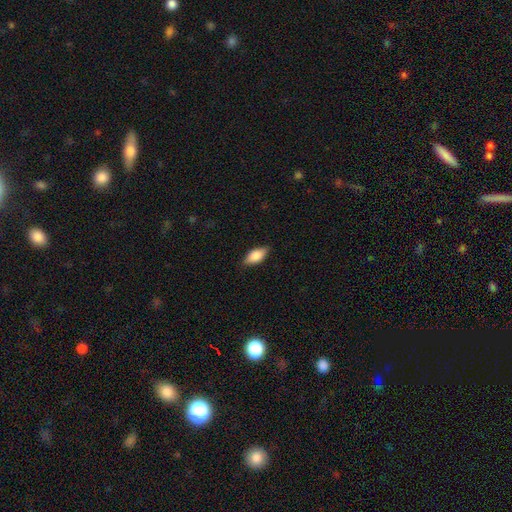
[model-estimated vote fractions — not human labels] The model was most divided on "smooth or featured": smooth: 81%, featured or disk: 13%, star or artifact: 6%. More confident: how rounded — in between (88%); merging — none (84%).